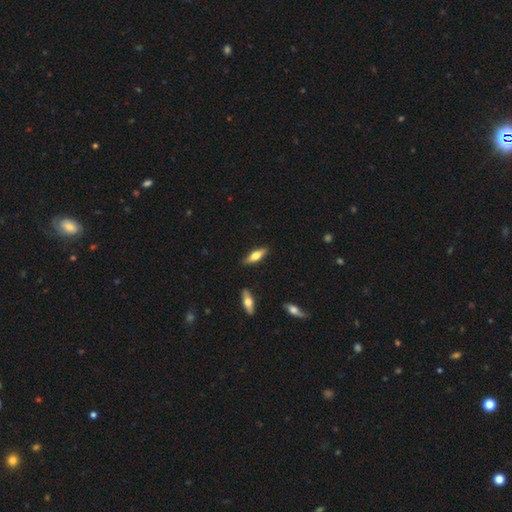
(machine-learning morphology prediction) Smooth or featured? smooth (56%)
How rounded? cigar-shaped (50%)
Merging? none (86%)